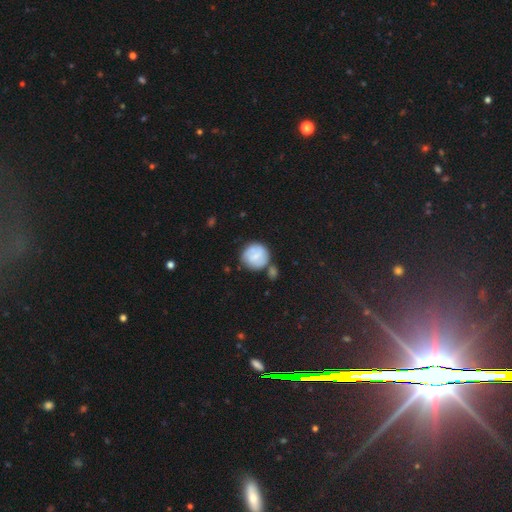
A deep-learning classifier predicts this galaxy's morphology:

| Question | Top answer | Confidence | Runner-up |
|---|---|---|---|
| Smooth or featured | smooth | 59% | featured or disk (34%) |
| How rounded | round | 90% | in between (9%) |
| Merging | none | 59% | minor disturbance (18%) |